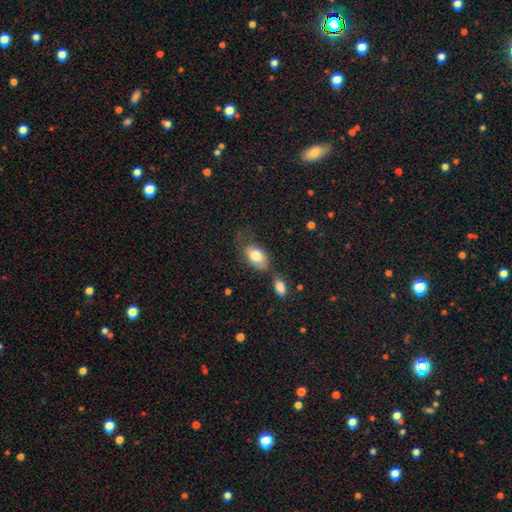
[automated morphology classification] smooth-or-featured: smooth: 81% | featured or disk: 12% | star or artifact: 7%
  how-rounded: in between: 90% | round: 8% | cigar-shaped: 2%
  merging: none: 47% | minor disturbance: 25% | merger: 14% | major disturbance: 14%